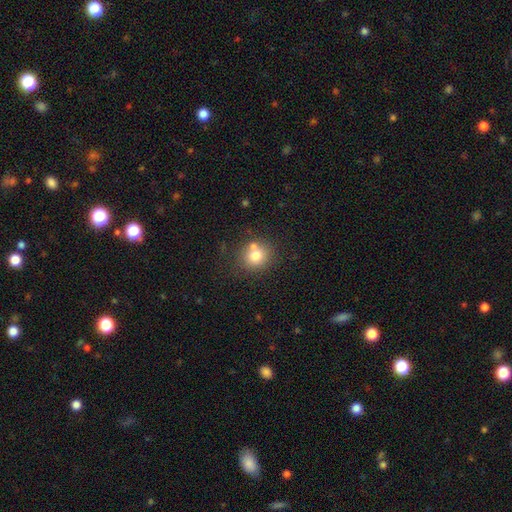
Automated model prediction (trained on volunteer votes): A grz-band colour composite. It shows a smooth galaxy with no disk features (75%) that is round (82%). Merging: none (63%).